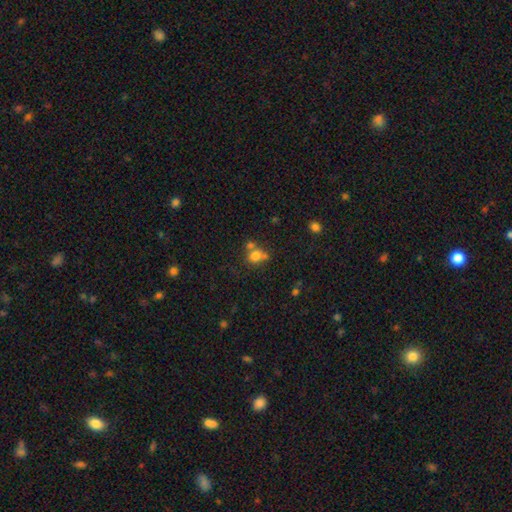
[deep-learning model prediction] A smooth galaxy with no disk features (73%) that is round (70%). Merging: merger (42%, tied with none).